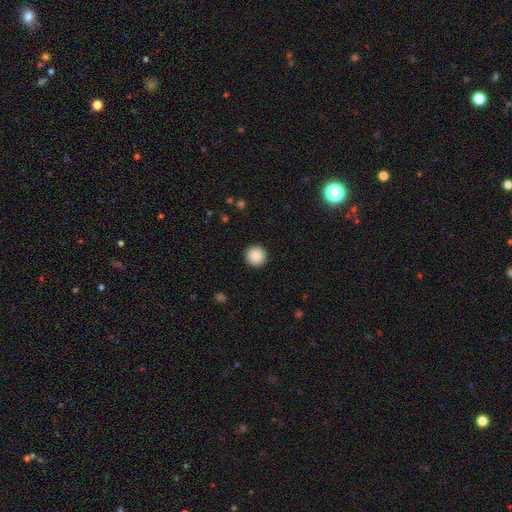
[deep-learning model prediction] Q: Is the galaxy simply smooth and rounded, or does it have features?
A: smooth — 89%.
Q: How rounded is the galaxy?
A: round — 96%.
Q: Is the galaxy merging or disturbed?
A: none — 93%.